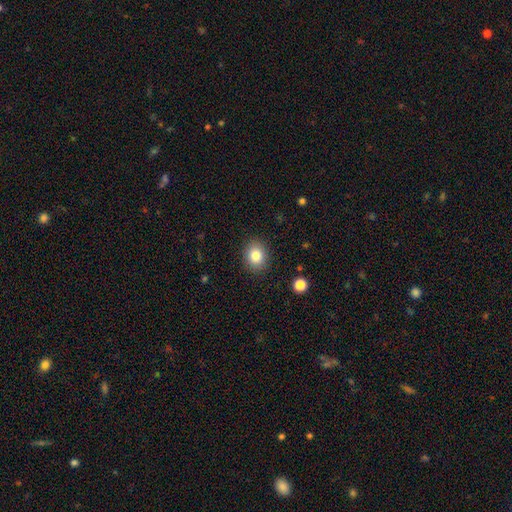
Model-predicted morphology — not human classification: This appears to be a smooth galaxy with no disk features (84%) that is round (53%). Merging: none (88%).